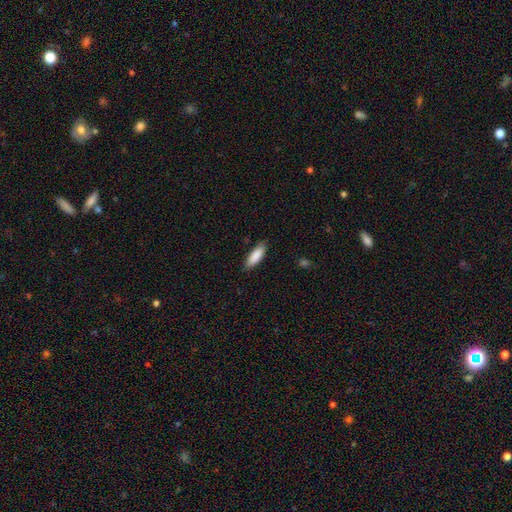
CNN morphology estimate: Smooth or featured?
  - smooth: 88% *
  - featured or disk: 6%
  - star or artifact: 6%
How rounded?
  - in between: 56% *
  - cigar-shaped: 42%
  - round: 1%
Merging?
  - none: 85% *
  - minor disturbance: 12%
  - major disturbance: 2%
  - merger: 1%